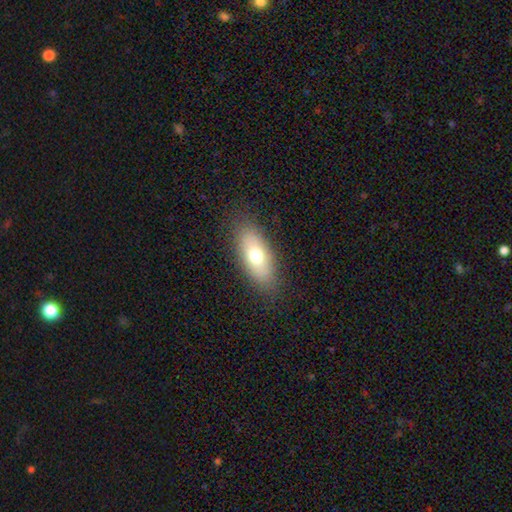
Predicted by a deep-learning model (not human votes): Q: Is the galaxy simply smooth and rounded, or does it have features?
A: smooth — 69%.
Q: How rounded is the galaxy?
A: in between — 81%.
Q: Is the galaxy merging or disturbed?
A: none — 85%.